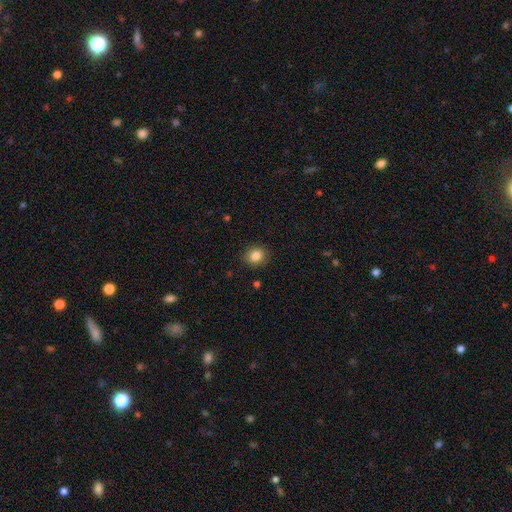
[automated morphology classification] A smooth galaxy with no disk features (85%) that is round (81%).

Vote fractions:
- Smooth or featured? smooth: 85% / star or artifact: 10% / featured or disk: 5%
- How rounded? round: 81% / in between: 18% / cigar-shaped: 1%
- Merging? none: 90% / minor disturbance: 7% / major disturbance: 2% / merger: 1%